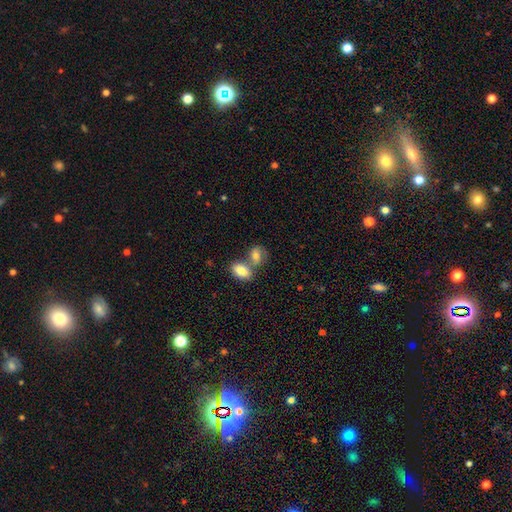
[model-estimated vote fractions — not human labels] Smooth or featured? Predicted: smooth (p=0.76). How rounded? Predicted: in between (p=0.79). Merging? Predicted: merger (p=0.54).